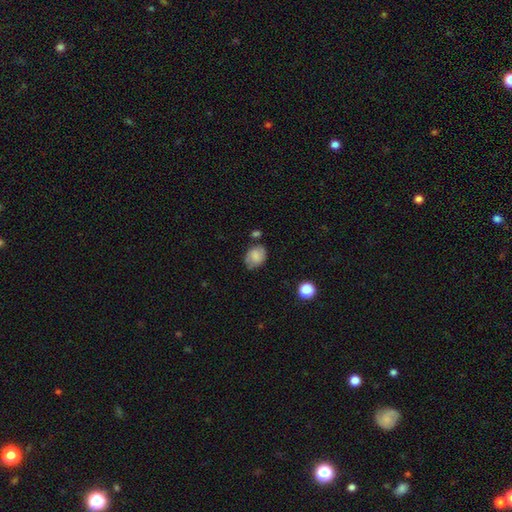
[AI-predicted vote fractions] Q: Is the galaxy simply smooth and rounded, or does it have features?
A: smooth — 72%.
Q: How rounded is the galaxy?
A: in between — 60%.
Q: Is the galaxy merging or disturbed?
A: none — 65%.